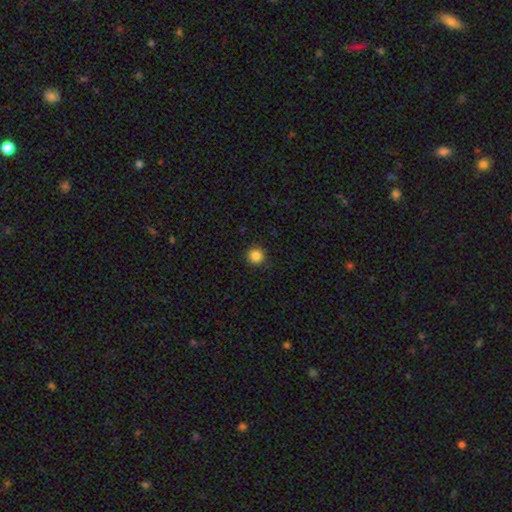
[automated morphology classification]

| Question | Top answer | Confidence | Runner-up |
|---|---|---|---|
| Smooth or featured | smooth | 85% | star or artifact (11%) |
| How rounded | round | 95% | in between (4%) |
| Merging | none | 91% | minor disturbance (6%) |